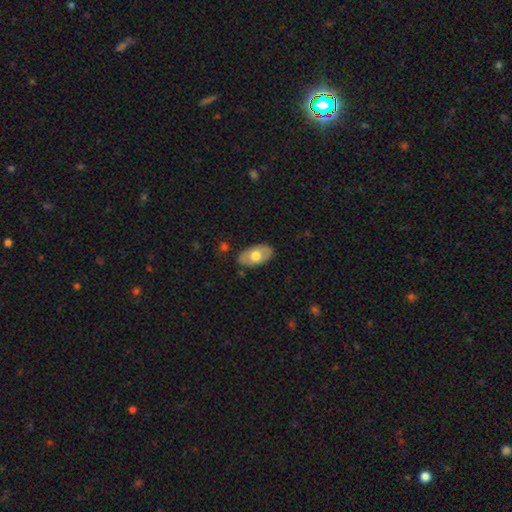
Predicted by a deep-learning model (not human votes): Smooth or featured: smooth — 55% (featured or disk — 40%)
How rounded: in between — 92% (round — 7%)
Merging: none — 83% (minor disturbance — 13%)